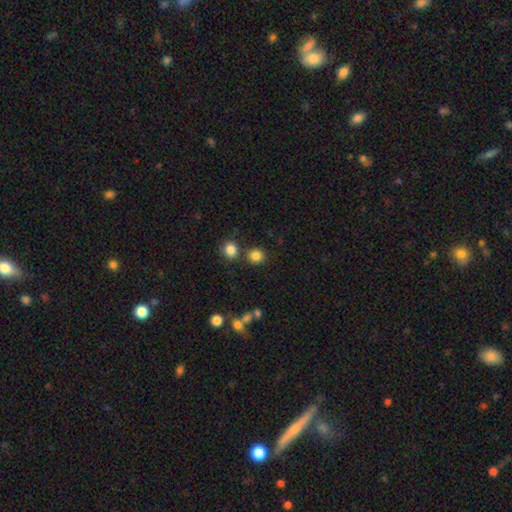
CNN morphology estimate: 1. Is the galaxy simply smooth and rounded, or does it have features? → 83% smooth, 12% star or artifact, 5% featured or disk.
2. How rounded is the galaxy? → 89% round, 10% in between, 1% cigar-shaped.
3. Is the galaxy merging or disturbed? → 76% none, 14% merger, 7% minor disturbance, 3% major disturbance.